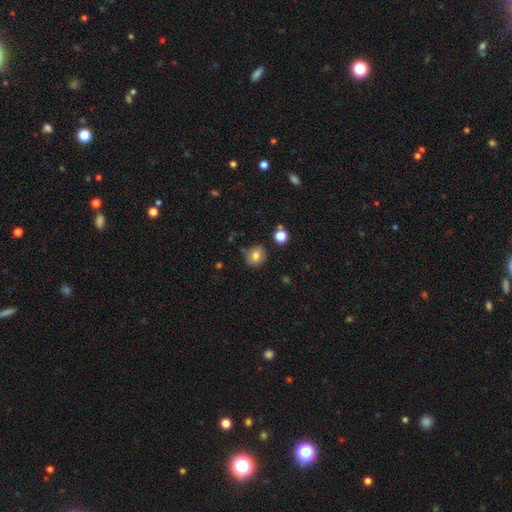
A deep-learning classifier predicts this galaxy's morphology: Q: Smooth or featured?
A: smooth (78%); runner-up: featured or disk (12%)
Q: How rounded?
A: round (81%); runner-up: in between (18%)
Q: Merging?
A: none (80%); runner-up: minor disturbance (13%)